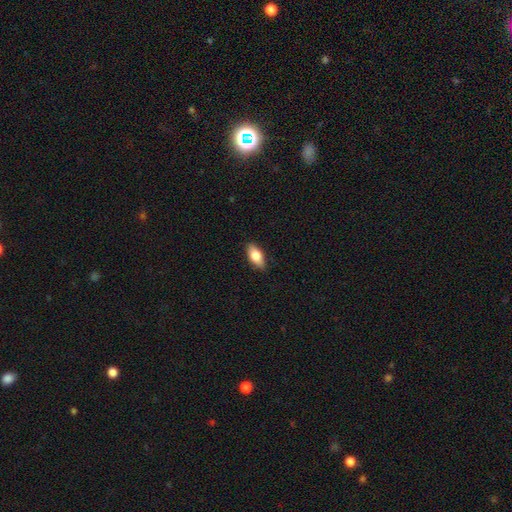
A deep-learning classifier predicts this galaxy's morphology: A smooth galaxy with no disk features (74%) that is in between round and cigar-shaped (84%).

Vote fractions:
- Smooth or featured? smooth: 74% / featured or disk: 19% / star or artifact: 7%
- How rounded? in between: 84% / cigar-shaped: 12% / round: 4%
- Merging? none: 87% / minor disturbance: 10% / major disturbance: 2% / merger: 1%